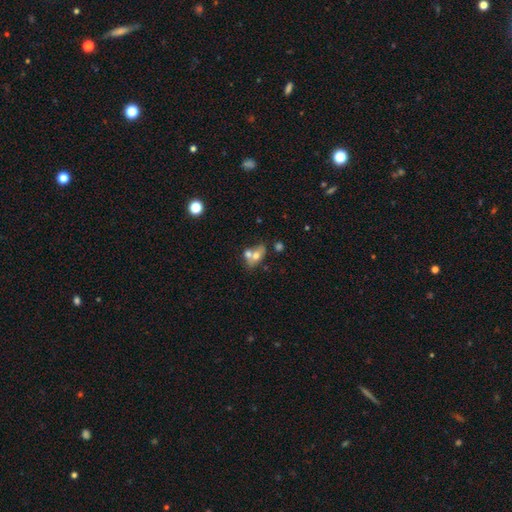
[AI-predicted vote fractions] smooth_or_featured: smooth (p=0.59) [alt: featured or disk p=0.31]
how_rounded: in between (p=0.73) [alt: round p=0.25]
merging: merger (p=0.54) [alt: none p=0.30]